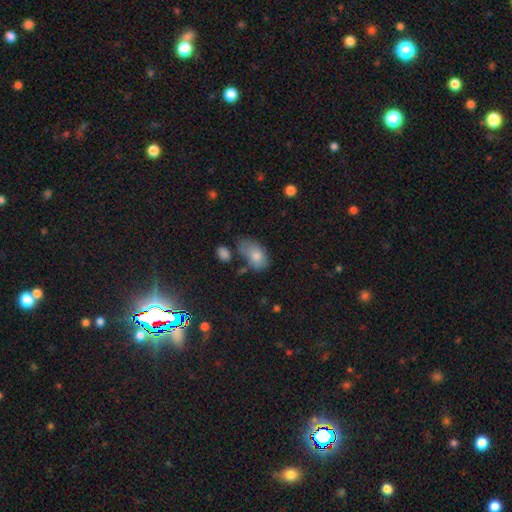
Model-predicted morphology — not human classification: A smooth galaxy with no disk features (78%) that is in between round and cigar-shaped (91%).

Vote fractions:
- Smooth or featured? smooth: 78% / featured or disk: 14% / star or artifact: 8%
- How rounded? in between: 91% / round: 8% / cigar-shaped: 2%
- Merging? none: 38% / minor disturbance: 33% / major disturbance: 17% / merger: 12%